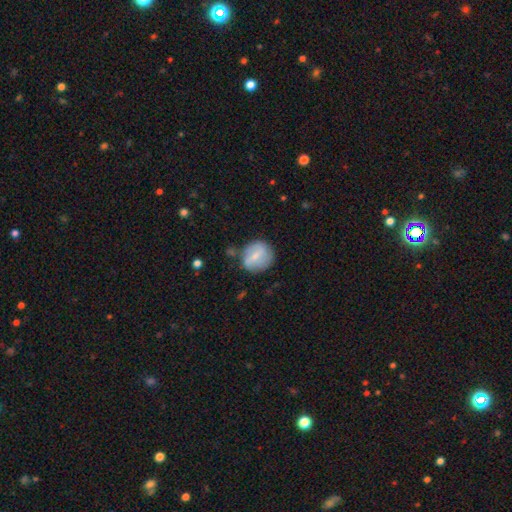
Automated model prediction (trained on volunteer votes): smooth-or-featured: smooth: 55% | featured or disk: 38% | star or artifact: 7%
  how-rounded: round: 78% | in between: 21% | cigar-shaped: 2%
  merging: none: 66% | minor disturbance: 21% | major disturbance: 7% | merger: 5%